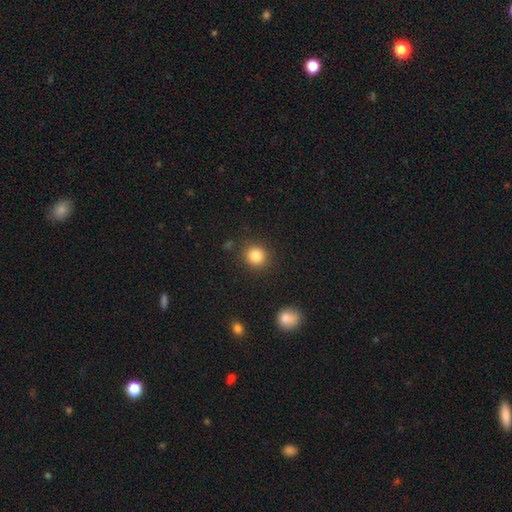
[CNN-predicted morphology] type=smooth (85%); roundness=round (89%); merging=none (88%).